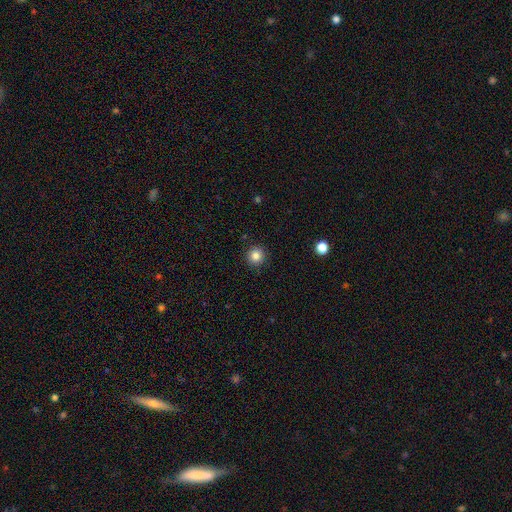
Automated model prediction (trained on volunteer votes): smooth_or_featured: smooth (p=0.84) [alt: star or artifact p=0.11]
how_rounded: round (p=0.95) [alt: in between p=0.04]
merging: none (p=0.92) [alt: minor disturbance p=0.05]